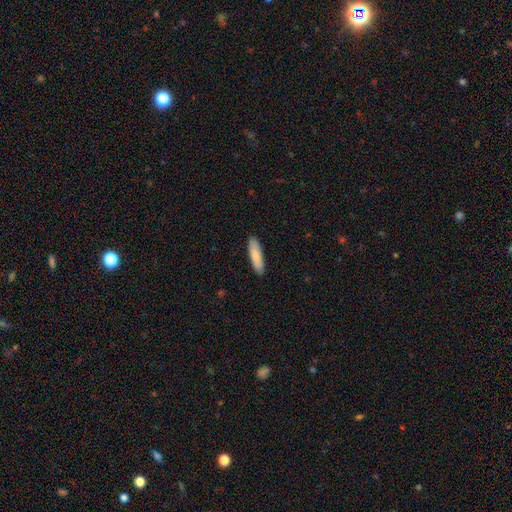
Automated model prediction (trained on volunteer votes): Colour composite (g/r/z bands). It shows a smooth galaxy with no disk features (79%) that is cigar-shaped (63%). Merging: none (89%).